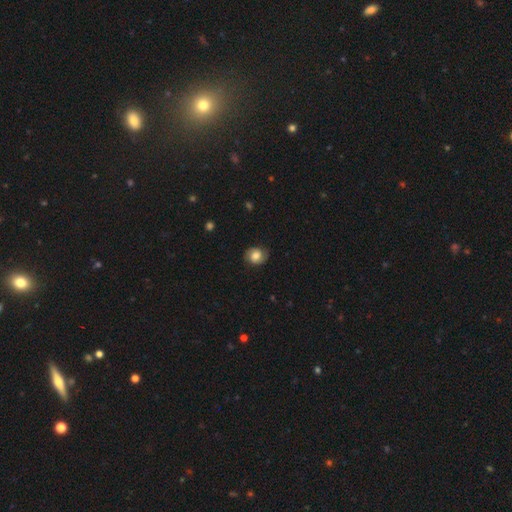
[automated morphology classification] smooth 59%, featured or disk 32%, star or artifact 9%. Down the decision tree: how rounded — round (70%); merging — none (81%).